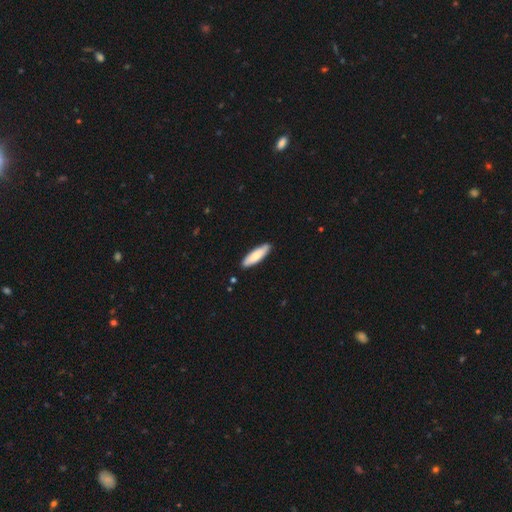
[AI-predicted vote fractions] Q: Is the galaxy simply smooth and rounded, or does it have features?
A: smooth — 78%.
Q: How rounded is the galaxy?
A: cigar-shaped — 60%.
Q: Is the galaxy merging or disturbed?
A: none — 89%.